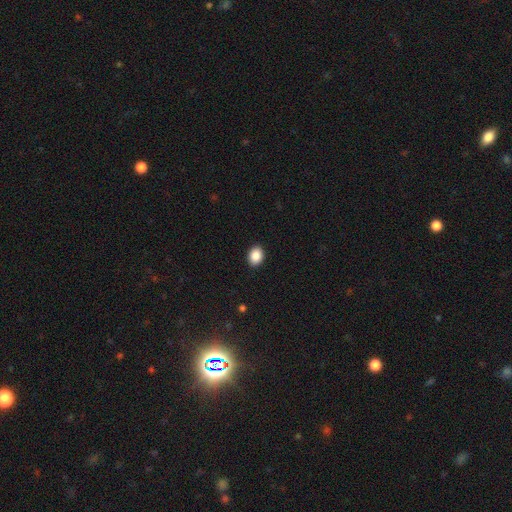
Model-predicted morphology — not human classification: Smooth or featured: smooth — 89% (star or artifact — 8%)
How rounded: in between — 66% (round — 33%)
Merging: none — 91% (minor disturbance — 6%)